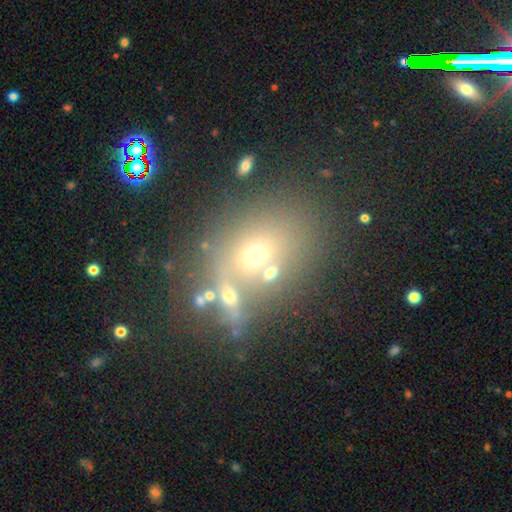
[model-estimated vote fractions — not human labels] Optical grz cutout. It shows a smooth galaxy with no disk features (59%) that is round (50%). Merging: none (47%).